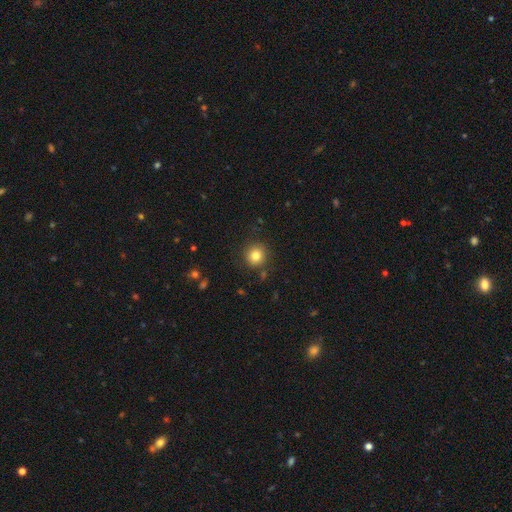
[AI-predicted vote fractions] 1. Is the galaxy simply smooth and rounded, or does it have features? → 82% smooth, 11% star or artifact, 7% featured or disk.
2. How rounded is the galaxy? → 93% round, 6% in between, 1% cigar-shaped.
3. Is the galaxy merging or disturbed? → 87% none, 8% minor disturbance, 3% major disturbance, 2% merger.